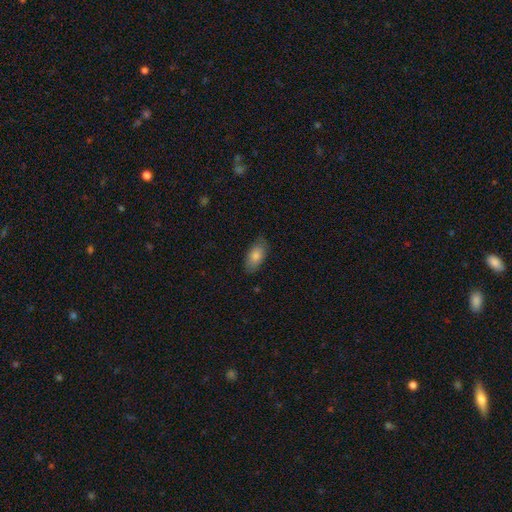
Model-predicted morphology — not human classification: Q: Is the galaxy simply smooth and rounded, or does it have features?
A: smooth — 82%.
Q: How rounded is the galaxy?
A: in between — 91%.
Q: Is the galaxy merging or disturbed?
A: none — 80%.